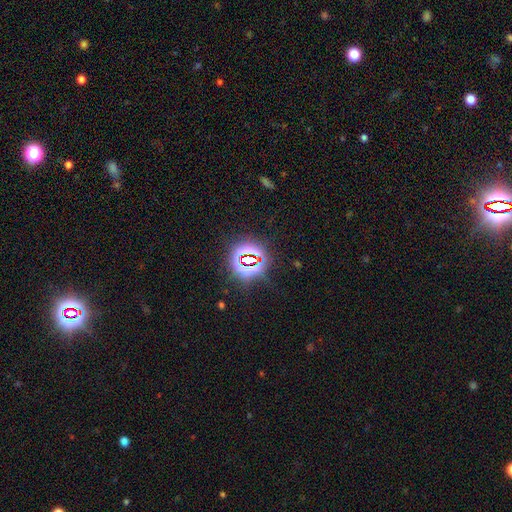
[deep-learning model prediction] Smooth or featured? star or artifact (80%)